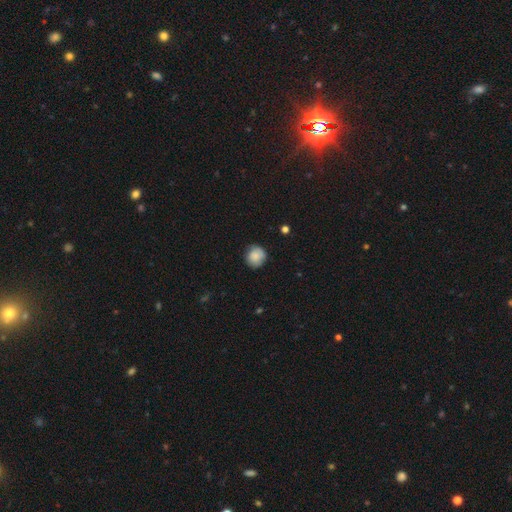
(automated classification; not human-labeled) The model was most divided on "merging": none: 78%, minor disturbance: 18%, major disturbance: 3%, merger: 1%. More confident: how rounded — round (89%); smooth or featured — smooth (84%).